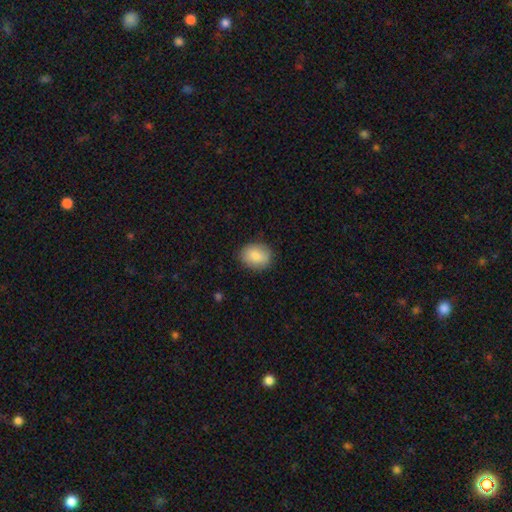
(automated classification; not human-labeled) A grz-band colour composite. It shows a smooth galaxy with no disk features (85%) that is in between round and cigar-shaped (58%). Merging: none (84%).